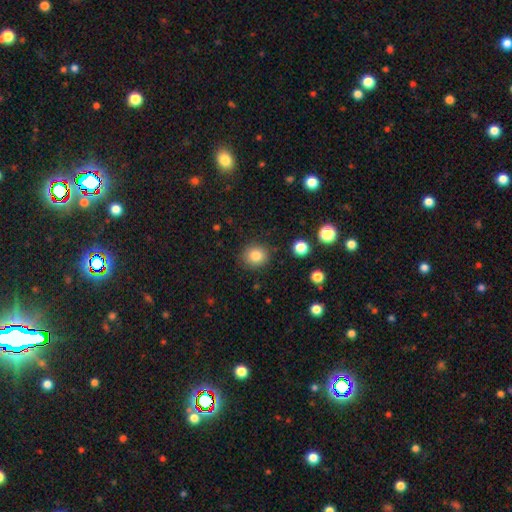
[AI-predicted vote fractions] Smooth or featured?
  - smooth: 82% *
  - star or artifact: 11%
  - featured or disk: 7%
How rounded?
  - round: 85% *
  - in between: 14%
  - cigar-shaped: 1%
Merging?
  - none: 87% *
  - minor disturbance: 9%
  - major disturbance: 3%
  - merger: 2%